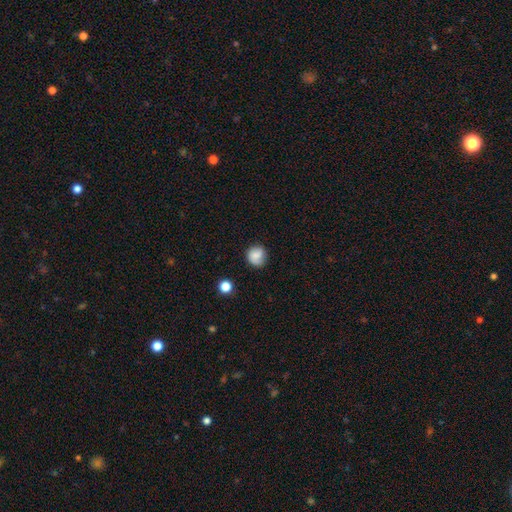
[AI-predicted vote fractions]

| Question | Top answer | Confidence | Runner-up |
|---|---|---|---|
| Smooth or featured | smooth | 81% | featured or disk (10%) |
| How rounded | round | 86% | in between (13%) |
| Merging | none | 76% | minor disturbance (18%) |